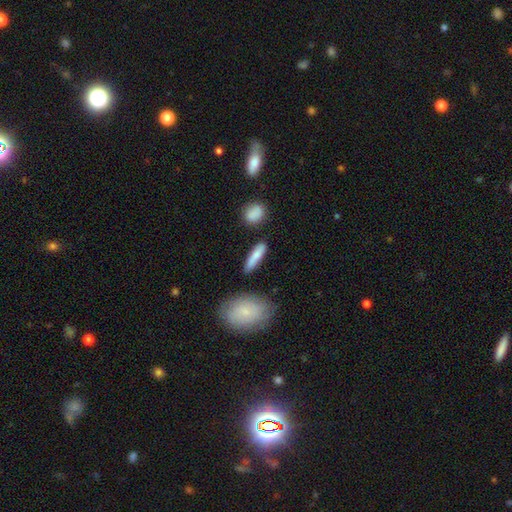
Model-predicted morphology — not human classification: smooth 77%, featured or disk 17%, star or artifact 6%. Down the decision tree: how rounded — cigar-shaped (70%); merging — none (81%).